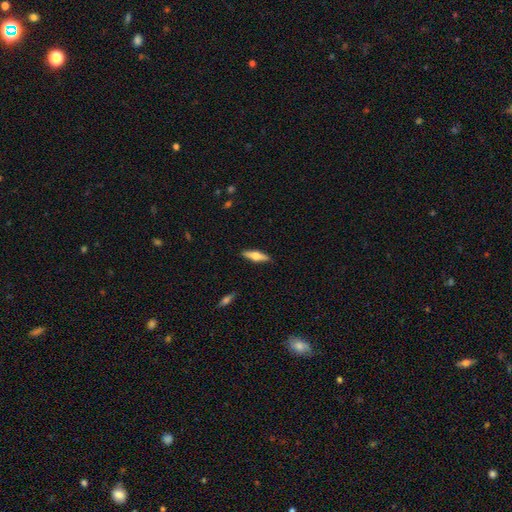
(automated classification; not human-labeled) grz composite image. It shows a smooth galaxy with no disk features (50%) that is cigar-shaped (60%). Merging: none (89%).